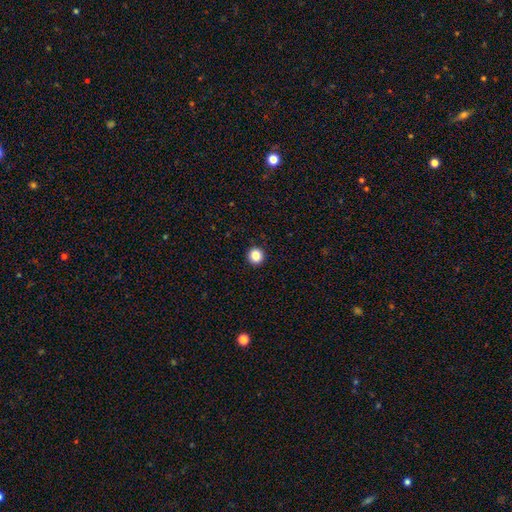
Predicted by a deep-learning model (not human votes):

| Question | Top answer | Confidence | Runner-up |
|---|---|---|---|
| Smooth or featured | smooth | 86% | star or artifact (10%) |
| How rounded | round | 95% | in between (4%) |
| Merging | none | 93% | minor disturbance (4%) |